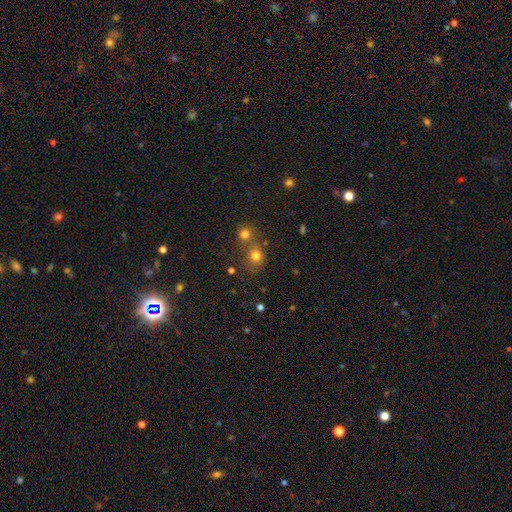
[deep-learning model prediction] A smooth galaxy with no disk features (75%) that is round (78%). Merging: none (52%).